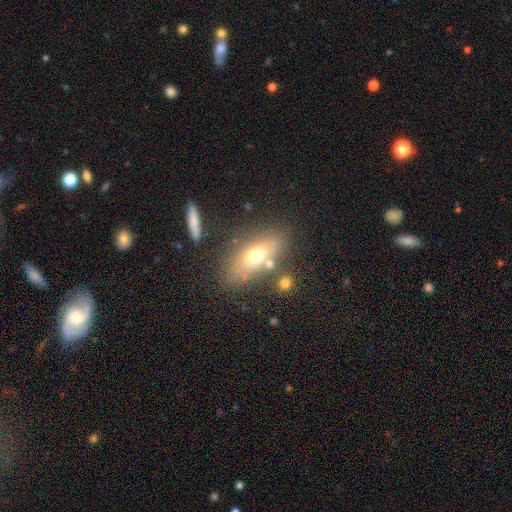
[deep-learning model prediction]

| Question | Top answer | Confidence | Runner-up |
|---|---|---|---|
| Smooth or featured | smooth | 63% | featured or disk (27%) |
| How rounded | in between | 76% | cigar-shaped (15%) |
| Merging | none | 70% | minor disturbance (13%) |